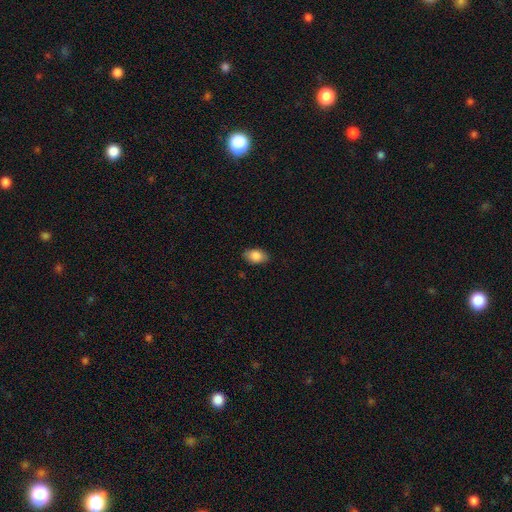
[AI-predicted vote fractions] Q: Smooth or featured?
A: smooth (86%); runner-up: star or artifact (7%)
Q: How rounded?
A: in between (90%); runner-up: round (9%)
Q: Merging?
A: none (85%); runner-up: minor disturbance (11%)